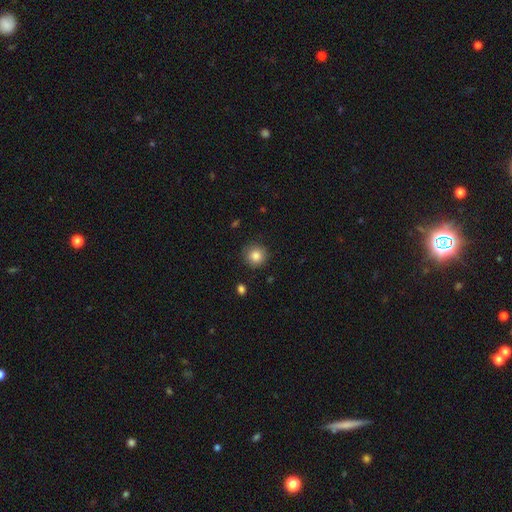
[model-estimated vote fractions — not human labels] This is clearly a smooth galaxy (85%). How rounded: clearly round (93%). Merging: clearly none (88%).